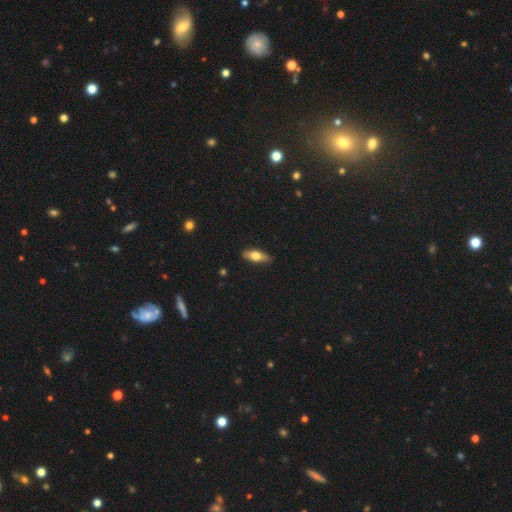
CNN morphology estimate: This is possibly a smooth galaxy (58%). How rounded: likely in between (66%). Merging: clearly none (83%).